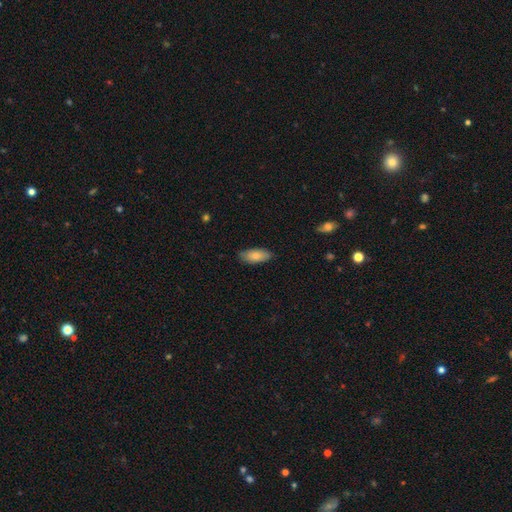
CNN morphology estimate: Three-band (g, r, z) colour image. It shows a smooth galaxy with no disk features (81%) that is in between round and cigar-shaped (87%). Merging: none (84%).